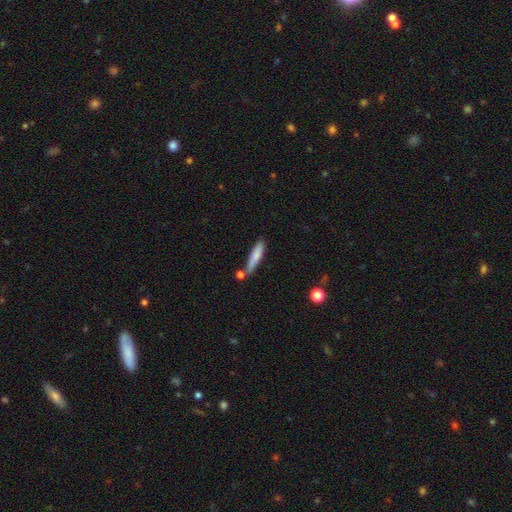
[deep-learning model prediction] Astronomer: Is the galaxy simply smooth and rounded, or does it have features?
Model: smooth — 77%.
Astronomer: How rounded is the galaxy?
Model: cigar-shaped — 83%.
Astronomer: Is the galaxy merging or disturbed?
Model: none — 61%.